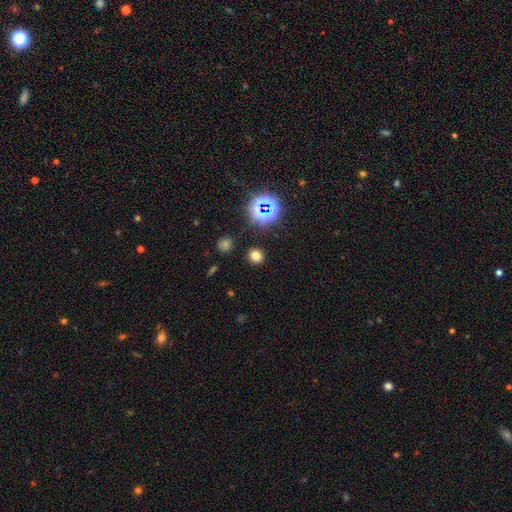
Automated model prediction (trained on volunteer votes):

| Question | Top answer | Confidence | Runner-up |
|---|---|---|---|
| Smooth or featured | smooth | 71% | star or artifact (23%) |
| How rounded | round | 86% | in between (13%) |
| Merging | none | 88% | minor disturbance (7%) |